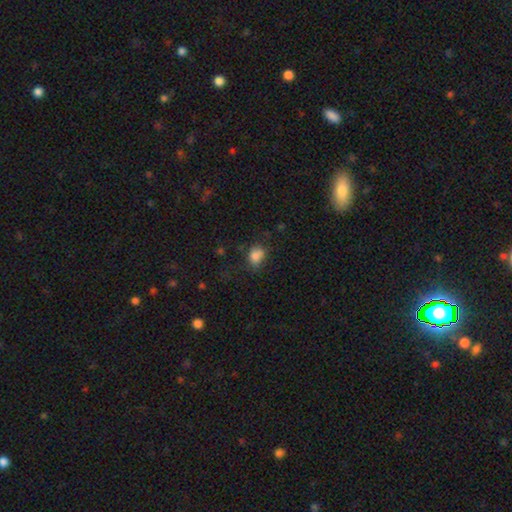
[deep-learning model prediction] Q: Smooth or featured?
A: smooth (80%); runner-up: star or artifact (12%)
Q: How rounded?
A: in between (58%); runner-up: round (41%)
Q: Merging?
A: none (52%); runner-up: minor disturbance (27%)